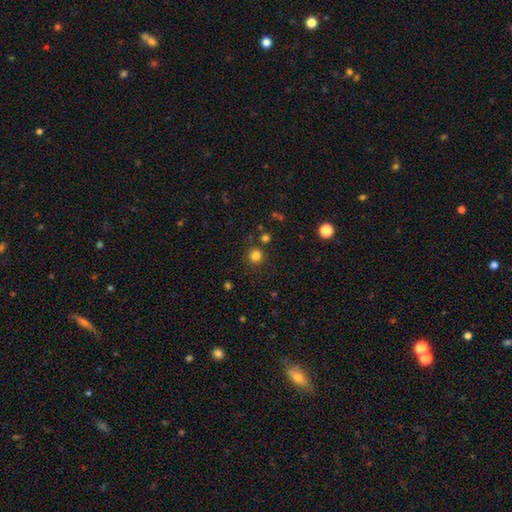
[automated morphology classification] smooth-or-featured: smooth: 81% | star or artifact: 14% | featured or disk: 5%
  how-rounded: round: 94% | in between: 5% | cigar-shaped: 1%
  merging: none: 87% | minor disturbance: 7% | merger: 4% | major disturbance: 3%